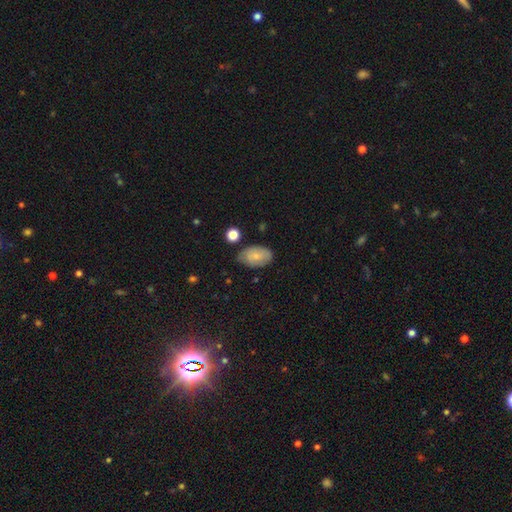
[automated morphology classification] smooth-or-featured: smooth: 72% | featured or disk: 20% | star or artifact: 7%
  how-rounded: in between: 91% | round: 8% | cigar-shaped: 1%
  merging: none: 66% | minor disturbance: 26% | major disturbance: 5% | merger: 3%